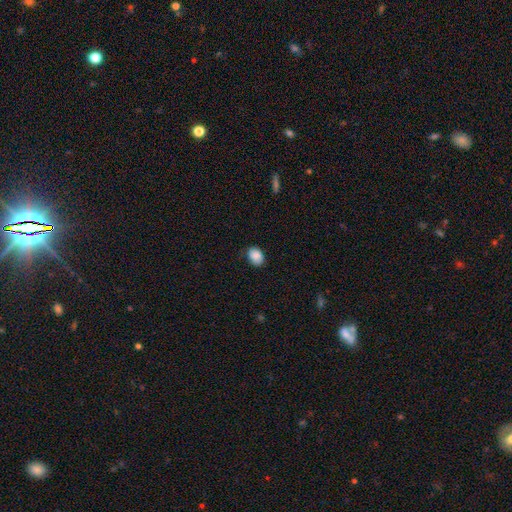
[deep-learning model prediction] smooth_or_featured: smooth (p=0.89) [alt: star or artifact p=0.07]
how_rounded: in between (p=0.72) [alt: round p=0.27]
merging: none (p=0.79) [alt: minor disturbance p=0.17]